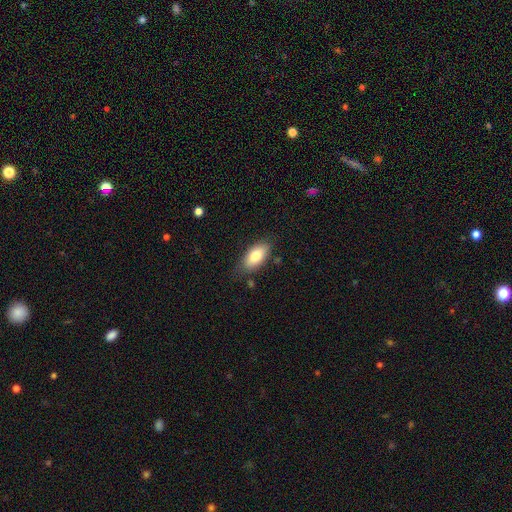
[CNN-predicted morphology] smooth_or_featured: smooth (p=0.79) [alt: featured or disk p=0.14]
how_rounded: in between (p=0.91) [alt: cigar-shaped p=0.06]
merging: none (p=0.77) [alt: minor disturbance p=0.17]